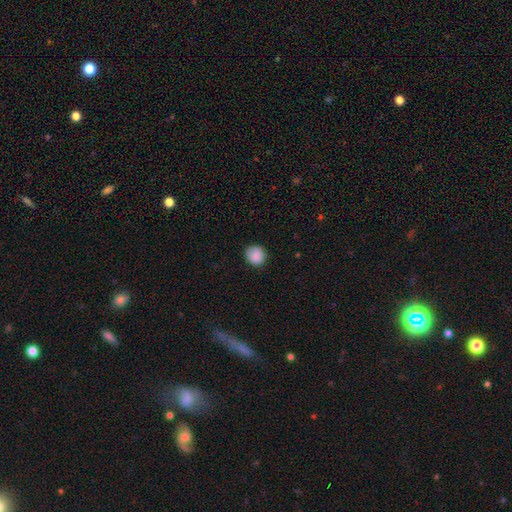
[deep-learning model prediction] Overall: smooth (87%). How rounded: round (85%). Merging: none (82%).